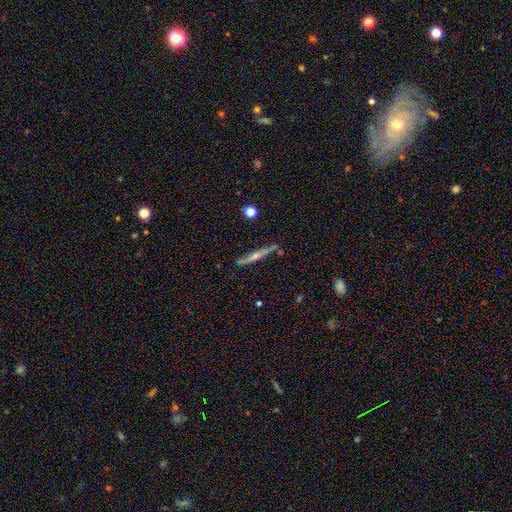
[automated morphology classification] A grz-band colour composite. It shows a featured or disk galaxy (75%) viewed edge-on (96%) with a rounded central bulge (85%). Merging: none (82%).